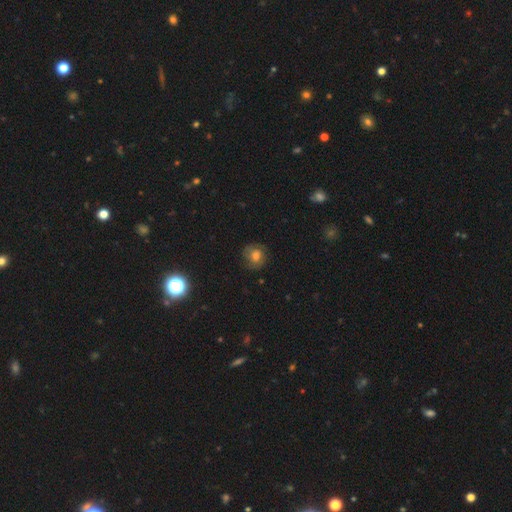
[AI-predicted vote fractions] Morphology: type=smooth (56%); roundness=round (83%); merging=none (74%).